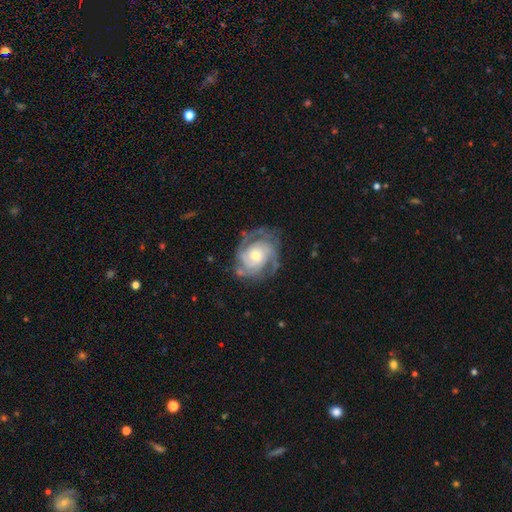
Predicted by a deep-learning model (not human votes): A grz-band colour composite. It shows a featured or disk galaxy (87%) with no bar (72%), 2 (35%) tight (62%) spiral arms (95%) and a moderate central bulge (53%). Merging: none (68%).